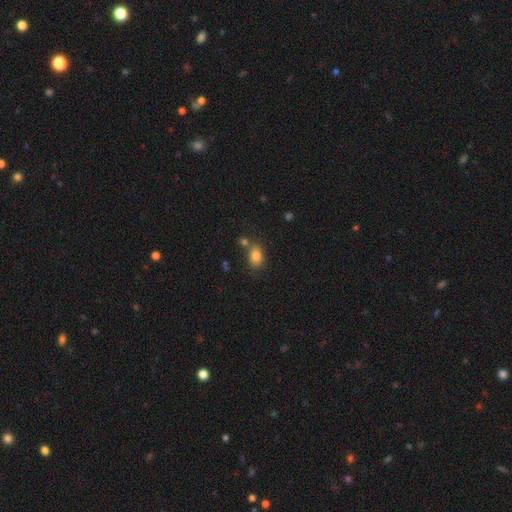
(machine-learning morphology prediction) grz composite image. It shows a smooth galaxy with no disk features (82%) that is in between round and cigar-shaped (74%). Merging: none (61%).